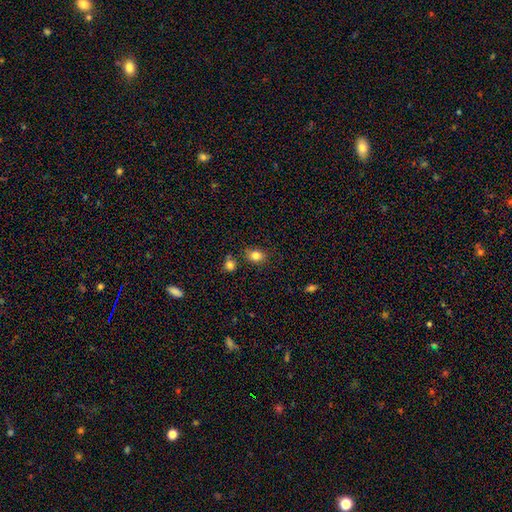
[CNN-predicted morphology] smooth 82%, star or artifact 11%, featured or disk 7%. Down the decision tree: how rounded — in between (56%); merging — none (77%).